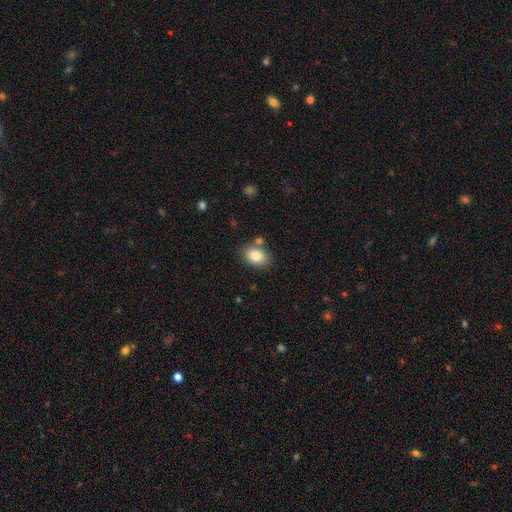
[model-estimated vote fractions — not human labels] Q: Smooth or featured?
A: smooth (82%); runner-up: featured or disk (10%)
Q: How rounded?
A: in between (78%); runner-up: round (21%)
Q: Merging?
A: none (75%); runner-up: minor disturbance (12%)